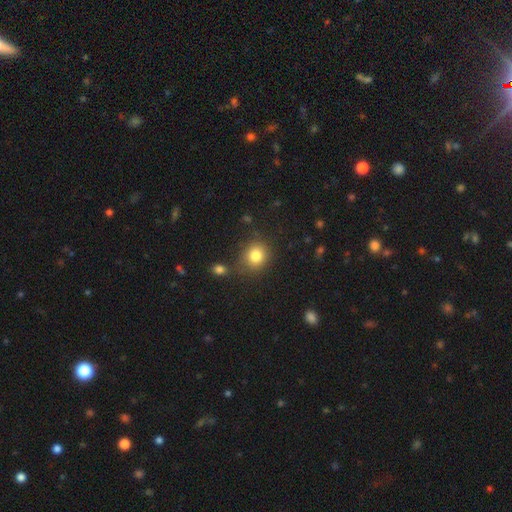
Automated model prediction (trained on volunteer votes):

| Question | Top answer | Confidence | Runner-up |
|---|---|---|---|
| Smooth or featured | smooth | 82% | star or artifact (11%) |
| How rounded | round | 79% | in between (20%) |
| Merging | none | 78% | minor disturbance (12%) |